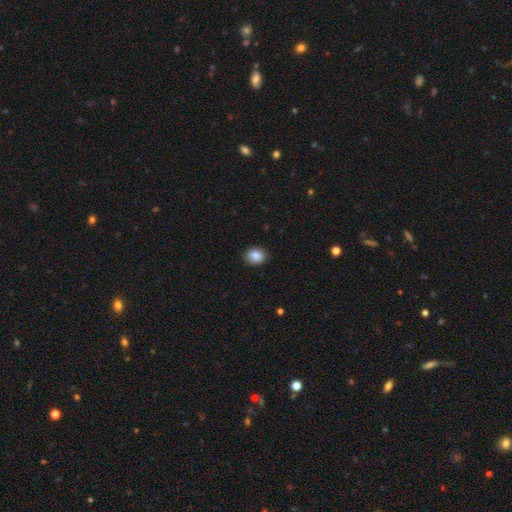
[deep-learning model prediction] Morphology: type=smooth (88%); roundness=in between (57%); merging=none (87%).